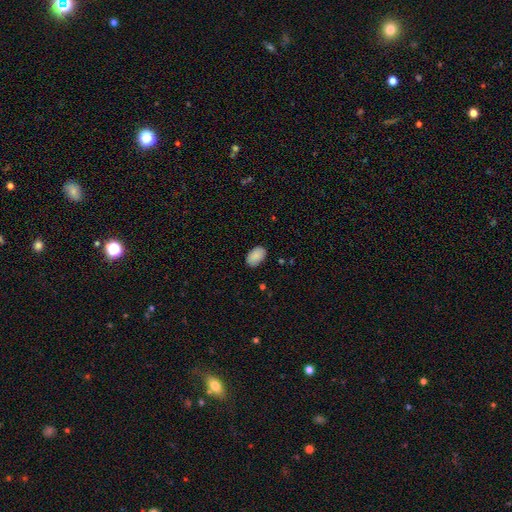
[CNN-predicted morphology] This is clearly a smooth galaxy (88%). How rounded: clearly in between (92%). Merging: clearly none (83%).